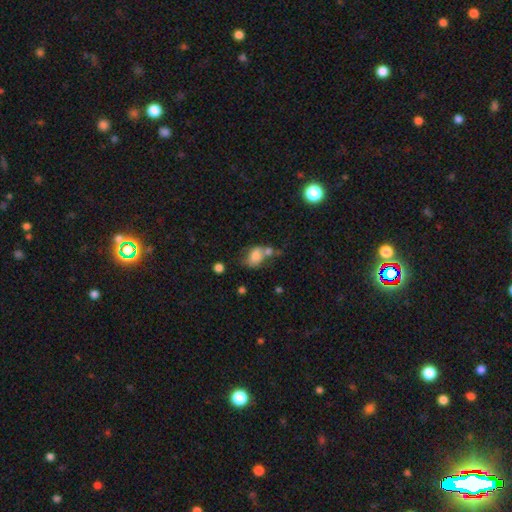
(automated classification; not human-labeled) Q: Smooth or featured?
A: smooth (69%); runner-up: featured or disk (20%)
Q: How rounded?
A: in between (70%); runner-up: round (29%)
Q: Merging?
A: merger (34%); runner-up: none (32%)